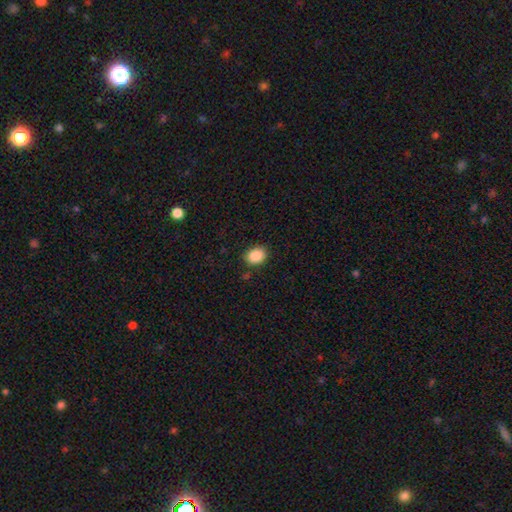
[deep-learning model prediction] smooth 88%, star or artifact 9%, featured or disk 4%. Down the decision tree: how rounded — in between (56%); merging — none (85%).